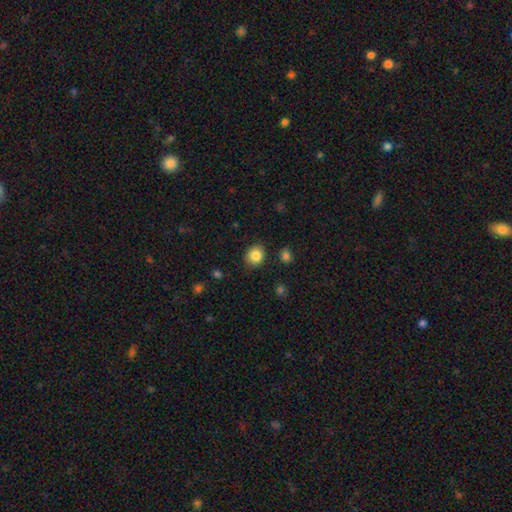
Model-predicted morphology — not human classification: Smooth or featured? smooth (85%)
How rounded? round (73%)
Merging? none (86%)